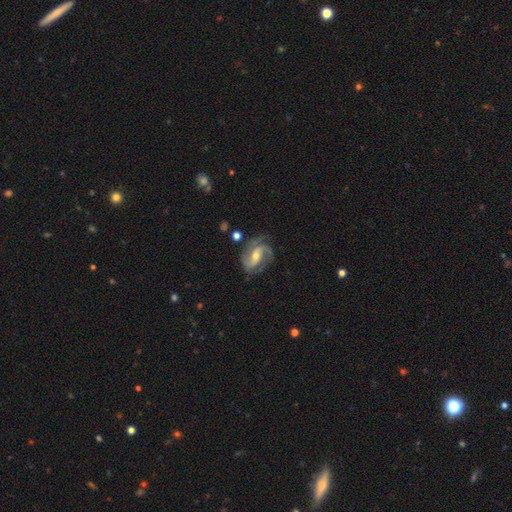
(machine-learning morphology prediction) Smooth or featured? Predicted: featured or disk (p=0.89). Edge-on disk? Predicted: no (p=0.97). Bar? Predicted: weak (p=0.42). Spiral arms? Predicted: yes (p=0.97). Spiral winding? Predicted: medium (p=0.52). Spiral arm count? Predicted: 2 (p=0.52). Bulge size? Predicted: moderate (p=0.54). Merging? Predicted: none (p=0.69).